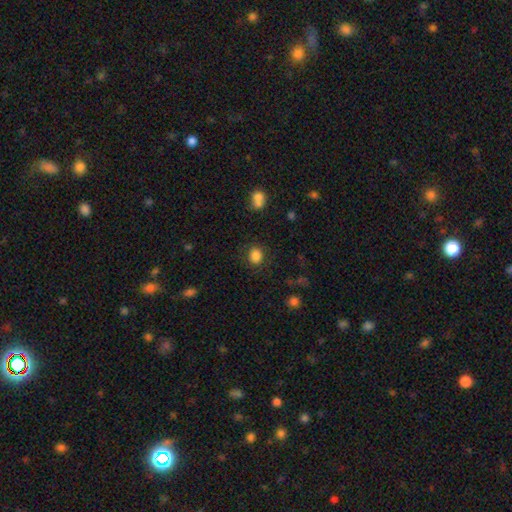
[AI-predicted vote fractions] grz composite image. It shows a smooth galaxy with no disk features (85%) that is round (63%). Merging: none (82%).